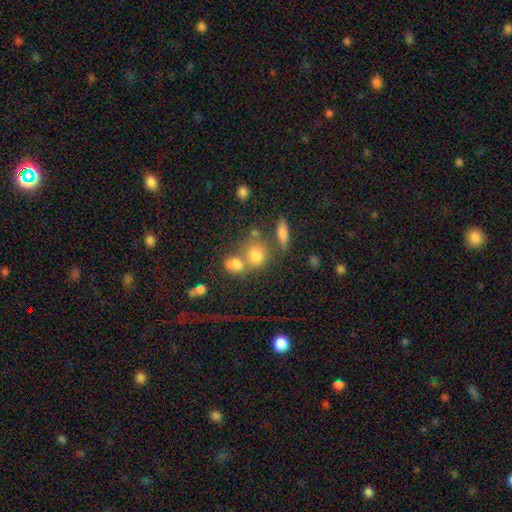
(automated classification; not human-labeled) smooth 74%, featured or disk 13%, star or artifact 13%. Down the decision tree: how rounded — round (69%); merging — none (45%).